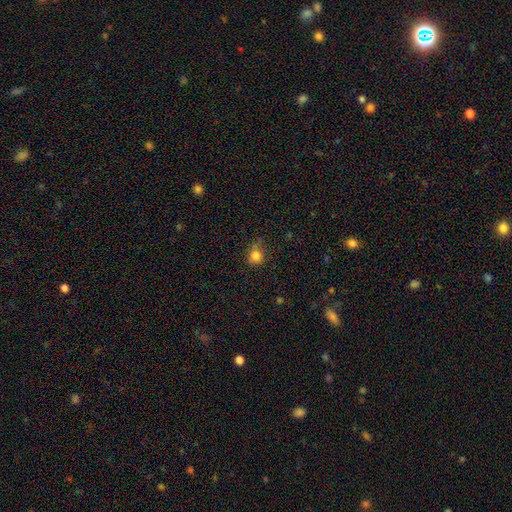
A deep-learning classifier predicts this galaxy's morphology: Smooth or featured: smooth — 81% (star or artifact — 12%)
How rounded: round — 77% (in between — 22%)
Merging: none — 57% (minor disturbance — 29%)